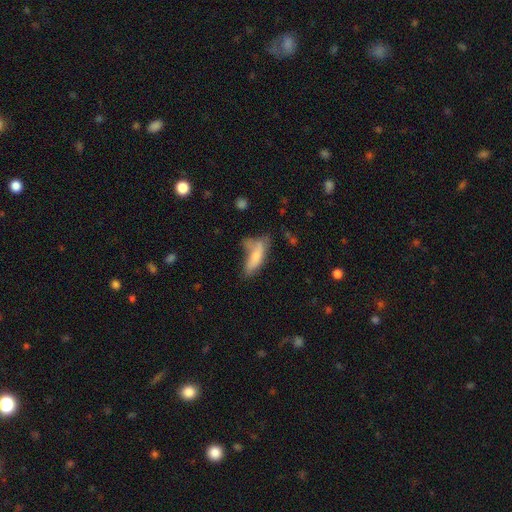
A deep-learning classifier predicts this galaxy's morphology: Smooth or featured? smooth (68%)
How rounded? cigar-shaped (51%)
Merging? none (40%)